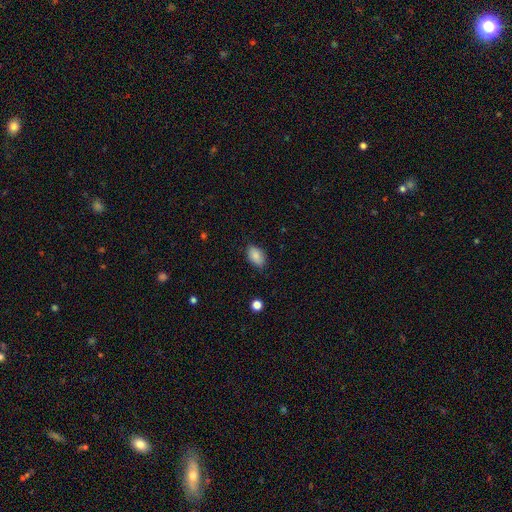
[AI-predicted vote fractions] Smooth or featured: smooth — 87% (star or artifact — 8%)
How rounded: in between — 91% (round — 7%)
Merging: none — 81% (minor disturbance — 15%)